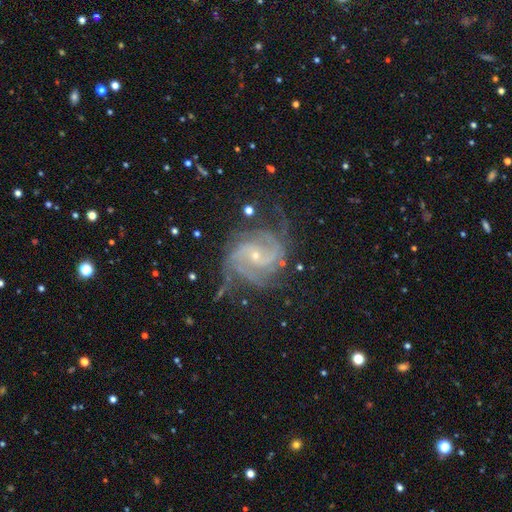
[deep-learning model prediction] smooth-or-featured: featured or disk: 90% | star or artifact: 7% | smooth: 4%
  disk-edge-on: no: 98% | yes: 2%
    bar: no: 56% | weak: 33% | strong: 12%
    has-spiral-arms: yes: 98% | no: 2%
      spiral-winding: medium: 48% | tight: 39% | loose: 13%
      spiral-arm-count: 2: 47% | 3: 20% | can't tell: 13% | 4: 9% | more than 4: 5% | 1: 5%
    bulge-size: small: 78% | moderate: 18% | none: 2% | large: 1% | dominant: 1%
  merging: none: 61% | minor disturbance: 21% | major disturbance: 15% | merger: 3%